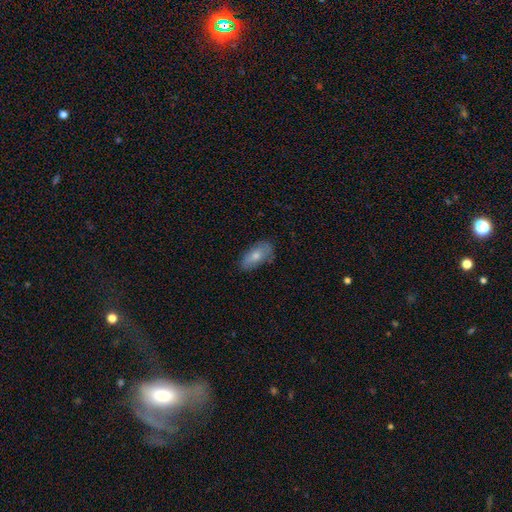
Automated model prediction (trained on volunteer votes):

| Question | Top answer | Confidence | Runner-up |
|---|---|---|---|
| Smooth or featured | smooth | 74% | featured or disk (20%) |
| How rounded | in between | 89% | cigar-shaped (7%) |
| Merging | none | 75% | minor disturbance (19%) |